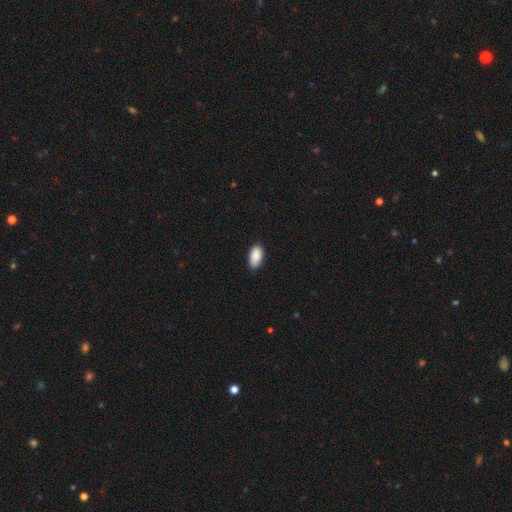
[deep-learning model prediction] The model was most divided on "merging": none: 80%, minor disturbance: 17%, major disturbance: 2%, merger: 1%. More confident: how rounded — in between (94%); smooth or featured — smooth (90%).